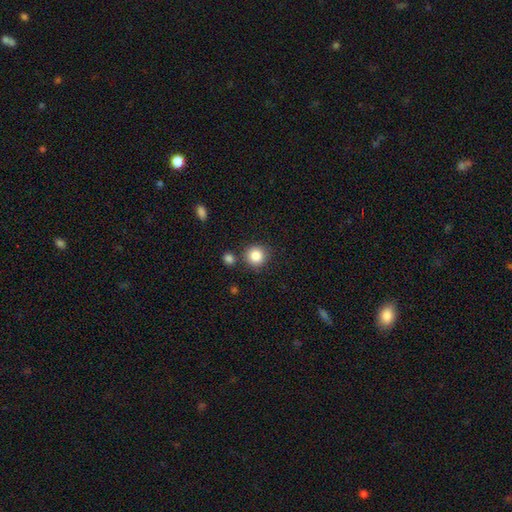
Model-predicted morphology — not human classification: Smooth or featured? Predicted: smooth (p=0.85). How rounded? Predicted: round (p=0.92). Merging? Predicted: none (p=0.82).